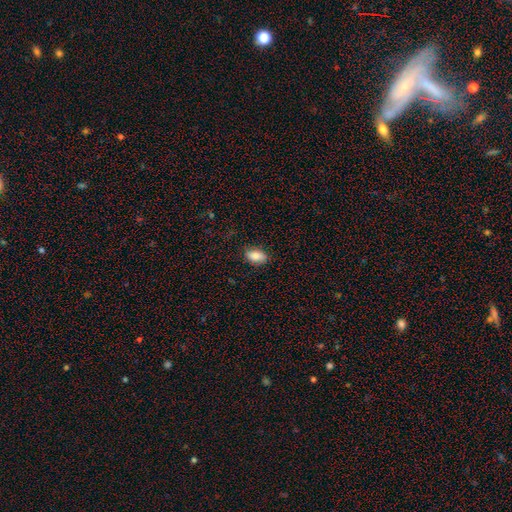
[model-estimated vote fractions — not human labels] Smooth or featured?
  - smooth: 83% *
  - featured or disk: 9%
  - star or artifact: 7%
How rounded?
  - in between: 91% *
  - round: 7%
  - cigar-shaped: 2%
Merging?
  - none: 84% *
  - minor disturbance: 13%
  - major disturbance: 3%
  - merger: 1%